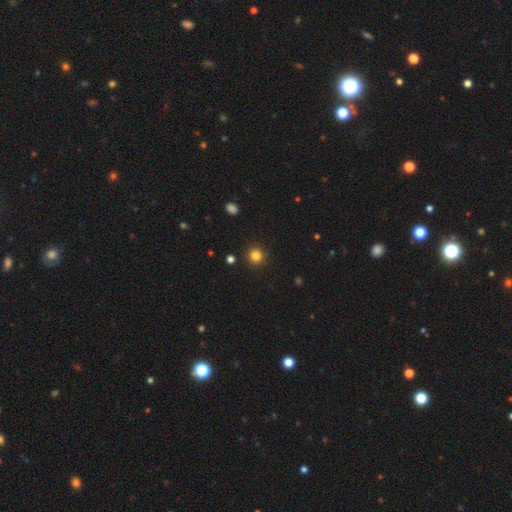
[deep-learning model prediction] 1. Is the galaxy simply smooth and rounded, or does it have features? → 83% smooth, 13% star or artifact, 4% featured or disk.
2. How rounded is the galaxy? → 94% round, 5% in between, 1% cigar-shaped.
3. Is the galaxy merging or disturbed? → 91% none, 5% minor disturbance, 2% major disturbance, 1% merger.